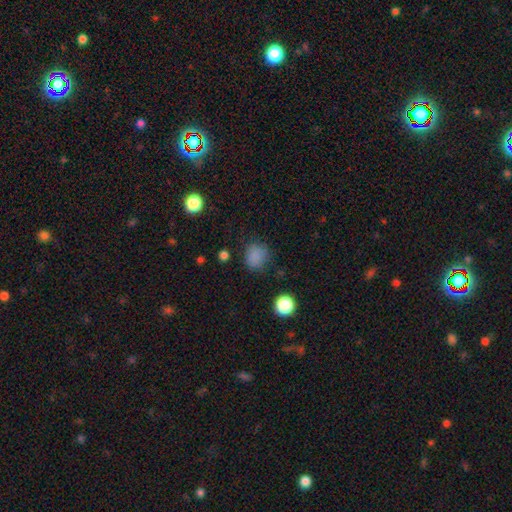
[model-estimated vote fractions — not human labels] Smooth or featured? Predicted: smooth (p=0.79). How rounded? Predicted: round (p=0.81). Merging? Predicted: none (p=0.76).